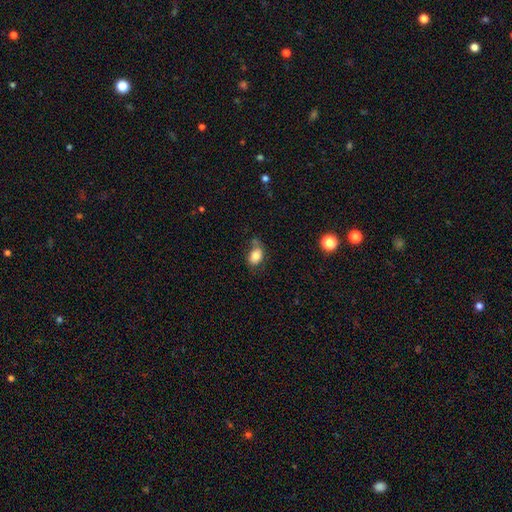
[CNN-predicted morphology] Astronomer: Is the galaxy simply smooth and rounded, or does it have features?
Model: smooth — 80%.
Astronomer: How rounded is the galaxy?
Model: in between — 80%.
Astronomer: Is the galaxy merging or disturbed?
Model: none — 53%.